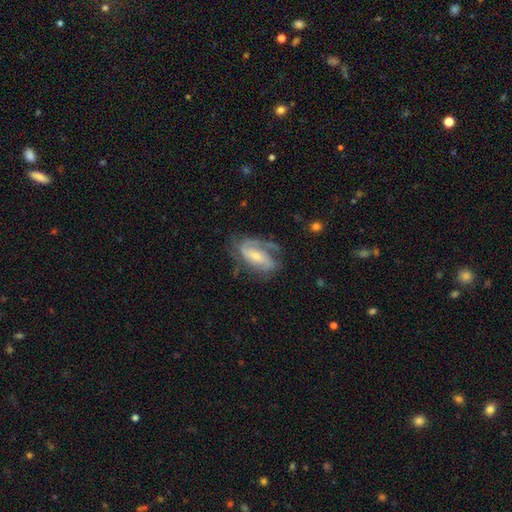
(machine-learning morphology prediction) Smooth or featured?
  - featured or disk: 79% *
  - smooth: 15%
  - star or artifact: 6%
Edge-on disk?
  - no: 95% *
  - yes: 5%
Bar?
  - no: 38% *
  - weak: 37%
  - strong: 25%
Spiral arms?
  - yes: 91% *
  - no: 9%
Spiral winding?
  - medium: 43% *
  - tight: 36%
  - loose: 21%
Spiral arm count?
  - 2: 49% *
  - can't tell: 20%
  - 1: 14%
  - 3: 12%
  - 4: 3%
  - more than 4: 2%
Bulge size?
  - small: 57% *
  - moderate: 37%
  - large: 3%
  - none: 2%
  - dominant: 1%
Merging?
  - none: 55% *
  - minor disturbance: 24%
  - major disturbance: 19%
  - merger: 2%